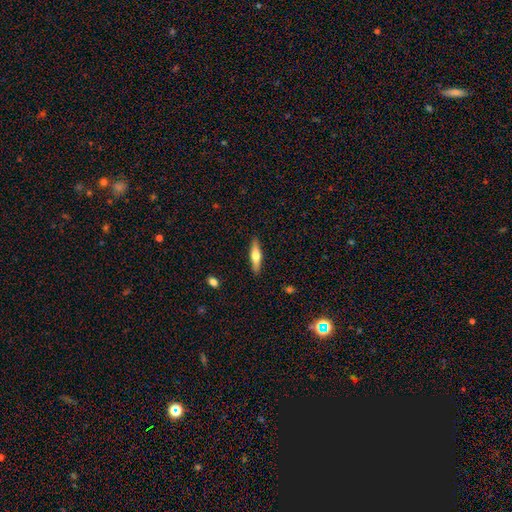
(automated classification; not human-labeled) Overall: smooth (50%; featured or disk 44%). Merging: none (90%).